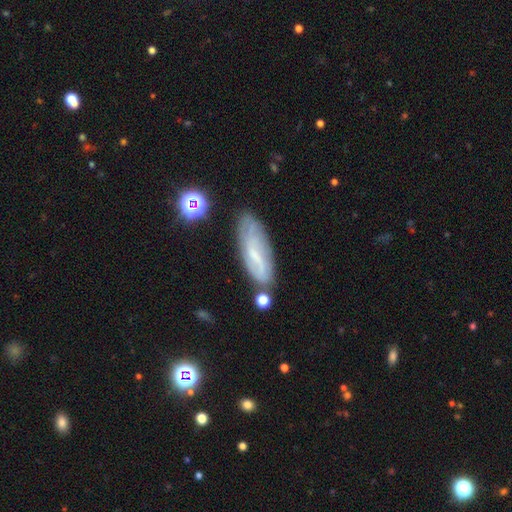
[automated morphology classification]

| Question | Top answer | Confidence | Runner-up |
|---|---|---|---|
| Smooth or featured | featured or disk | 50% | smooth (40%) |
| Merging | none | 69% | minor disturbance (20%) |